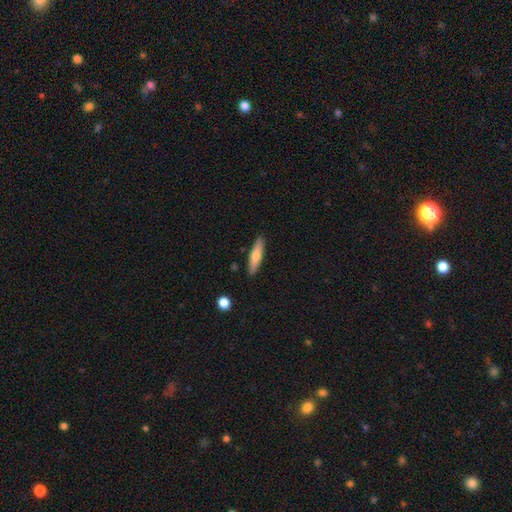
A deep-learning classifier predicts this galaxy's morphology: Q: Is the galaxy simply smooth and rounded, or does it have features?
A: smooth — 62%.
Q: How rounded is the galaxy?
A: cigar-shaped — 79%.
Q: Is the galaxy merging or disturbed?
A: none — 89%.